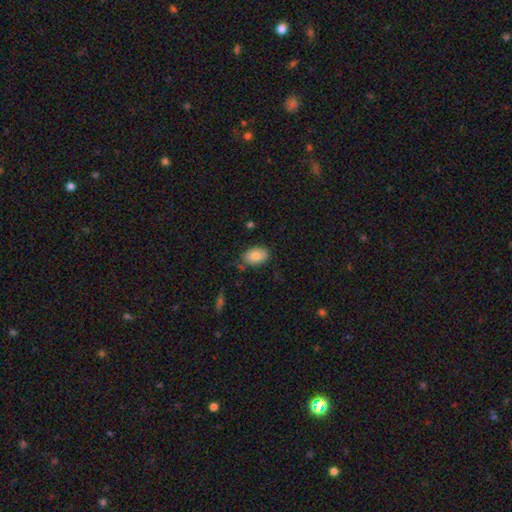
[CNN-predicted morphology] smooth_or_featured: smooth (p=0.80) [alt: featured or disk p=0.12]
how_rounded: in between (p=0.87) [alt: round p=0.11]
merging: none (p=0.73) [alt: minor disturbance p=0.20]